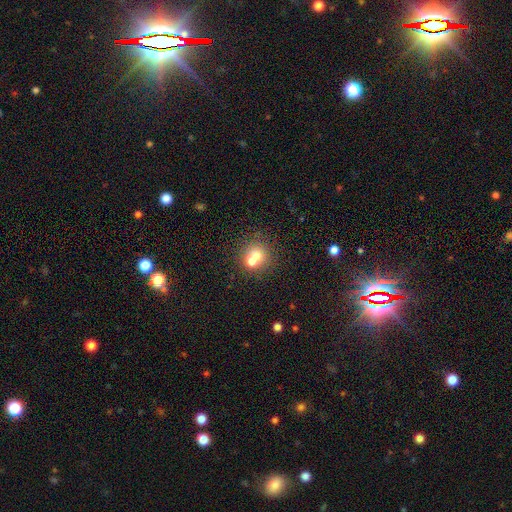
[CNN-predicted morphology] type=smooth (65%); roundness=round (80%); merging=merger (57%).